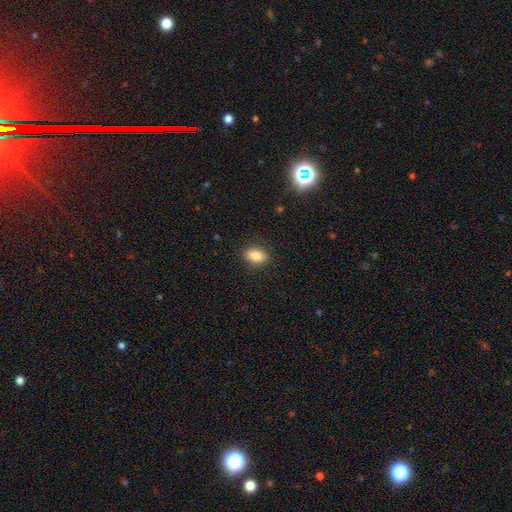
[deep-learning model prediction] A smooth galaxy with no disk features (82%) that is in between round and cigar-shaped (84%). Merging: none (88%).